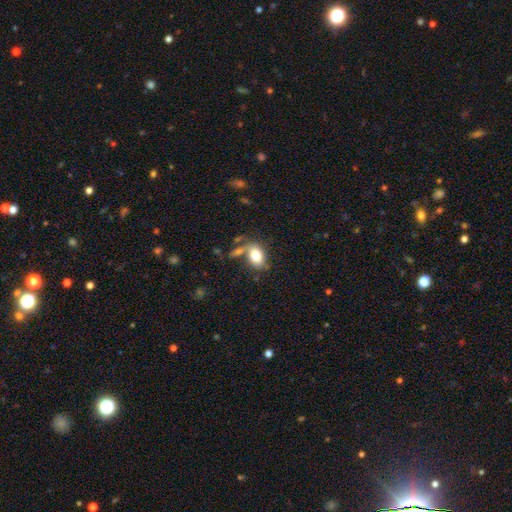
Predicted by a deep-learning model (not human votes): This appears to be a smooth galaxy with no disk features (78%) that is in between round and cigar-shaped (82%). Merging: none (54%).